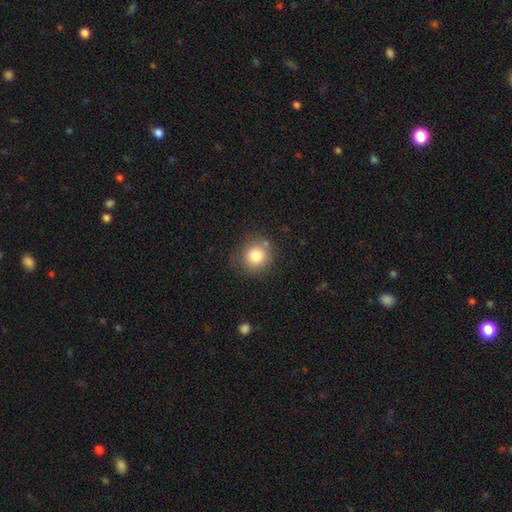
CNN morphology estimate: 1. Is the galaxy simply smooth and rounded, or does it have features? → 81% smooth, 10% star or artifact, 9% featured or disk.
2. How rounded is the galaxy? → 88% round, 11% in between, 1% cigar-shaped.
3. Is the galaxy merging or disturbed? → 78% none, 13% minor disturbance, 4% merger, 4% major disturbance.